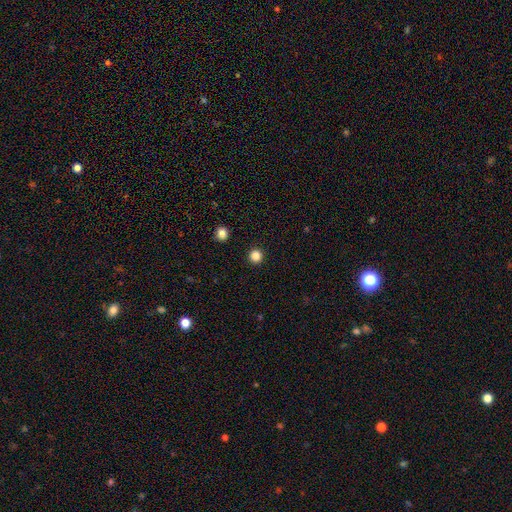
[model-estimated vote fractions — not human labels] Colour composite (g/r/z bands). It shows a smooth galaxy with no disk features (85%) that is round (95%). Merging: none (94%).